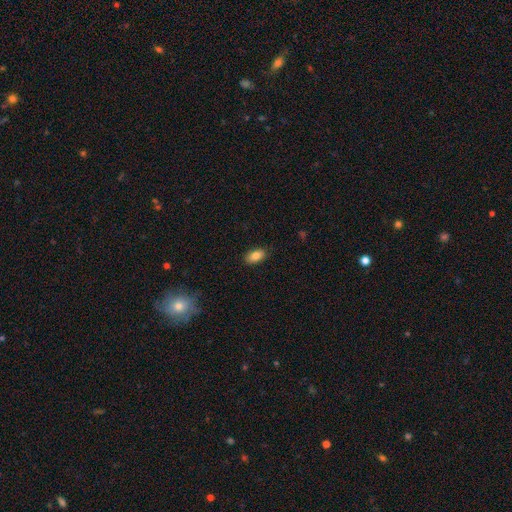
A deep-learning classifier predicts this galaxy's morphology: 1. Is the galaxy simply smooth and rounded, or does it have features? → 84% smooth, 8% featured or disk, 8% star or artifact.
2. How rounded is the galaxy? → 91% in between, 6% round, 3% cigar-shaped.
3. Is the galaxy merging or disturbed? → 86% none, 11% minor disturbance, 2% major disturbance, 1% merger.